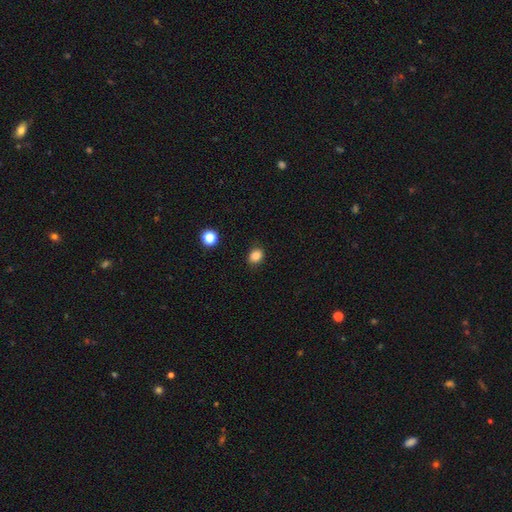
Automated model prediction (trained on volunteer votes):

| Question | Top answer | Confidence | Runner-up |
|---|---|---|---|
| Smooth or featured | smooth | 84% | star or artifact (11%) |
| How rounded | round | 50% | tied: in between (50%) |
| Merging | none | 87% | minor disturbance (9%) |